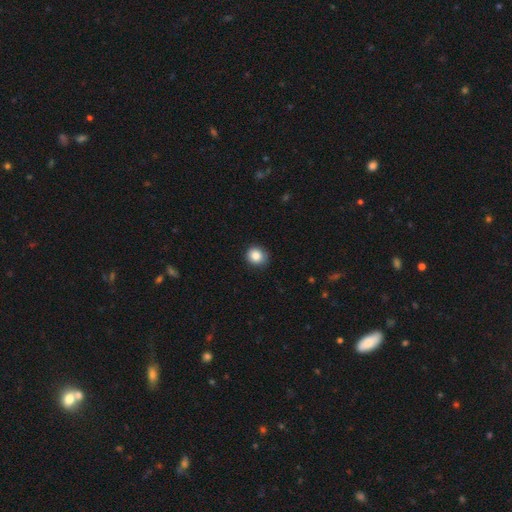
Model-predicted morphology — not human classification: Q: Smooth or featured?
A: smooth (85%); runner-up: star or artifact (10%)
Q: How rounded?
A: round (85%); runner-up: in between (14%)
Q: Merging?
A: none (85%); runner-up: minor disturbance (12%)